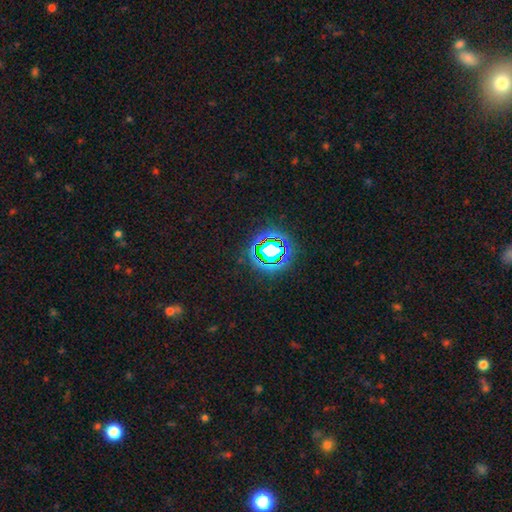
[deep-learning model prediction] smooth-or-featured: star or artifact: 78% | smooth: 15% | featured or disk: 6%